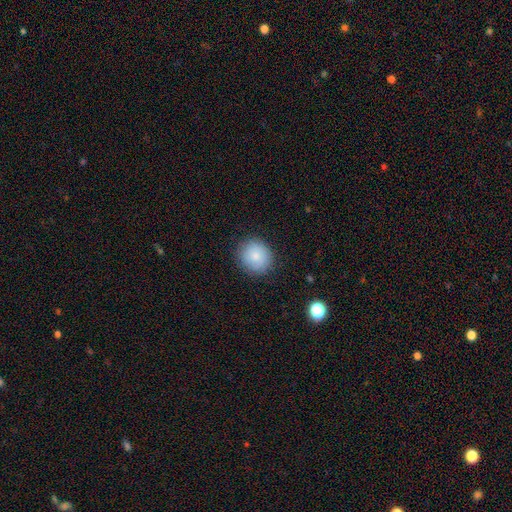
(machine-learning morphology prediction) Smooth or featured?
  - smooth: 84% *
  - featured or disk: 8%
  - star or artifact: 8%
How rounded?
  - round: 87% *
  - in between: 12%
  - cigar-shaped: 1%
Merging?
  - none: 87% *
  - minor disturbance: 9%
  - major disturbance: 3%
  - merger: 1%